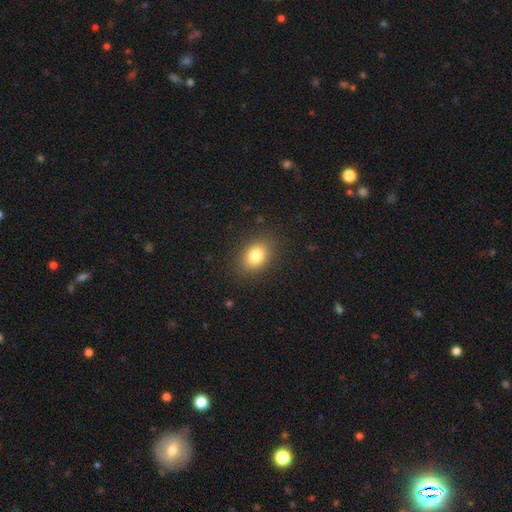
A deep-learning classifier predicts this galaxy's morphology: Smooth or featured: smooth — 81% (star or artifact — 10%)
How rounded: in between — 70% (round — 29%)
Merging: none — 86% (minor disturbance — 9%)